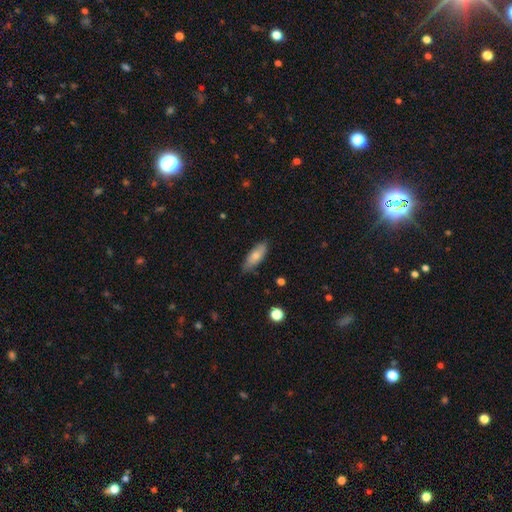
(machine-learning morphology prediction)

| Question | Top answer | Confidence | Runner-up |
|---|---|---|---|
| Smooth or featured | smooth | 76% | featured or disk (18%) |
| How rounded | in between | 67% | cigar-shaped (31%) |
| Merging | none | 81% | minor disturbance (16%) |